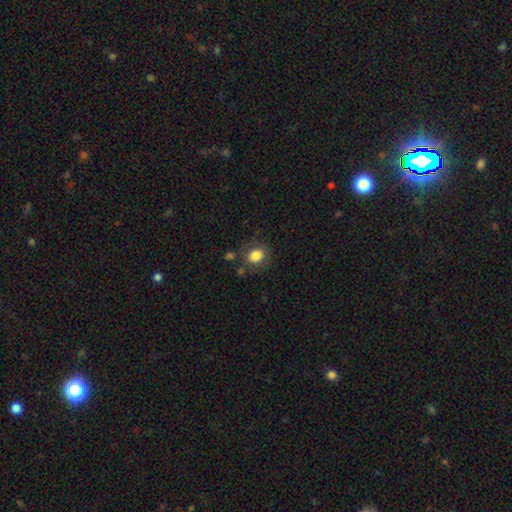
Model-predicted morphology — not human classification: smooth 81%, featured or disk 10%, star or artifact 9%. Down the decision tree: how rounded — round (52%); merging — none (73%).